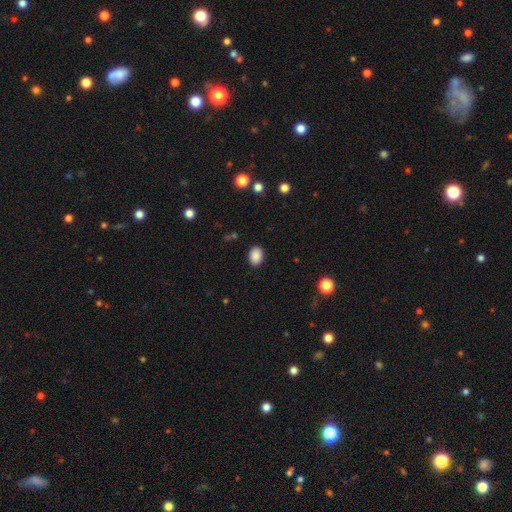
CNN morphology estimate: Smooth or featured?
  - smooth: 88% *
  - star or artifact: 9%
  - featured or disk: 3%
How rounded?
  - in between: 75% *
  - round: 24%
  - cigar-shaped: 1%
Merging?
  - none: 89% *
  - minor disturbance: 8%
  - major disturbance: 2%
  - merger: 1%